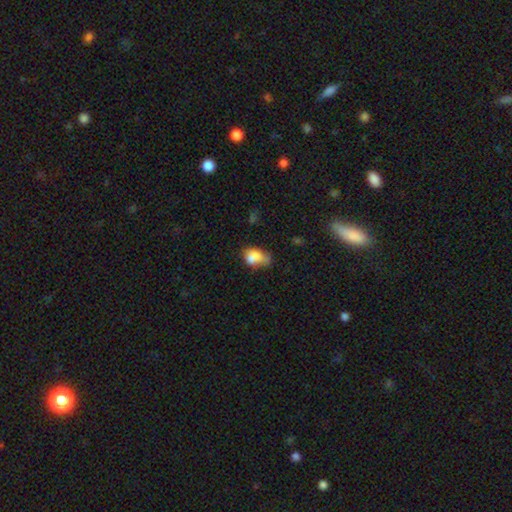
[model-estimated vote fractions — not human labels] smooth 74%, featured or disk 15%, star or artifact 10%. Down the decision tree: how rounded — in between (79%); merging — minor disturbance (32%).